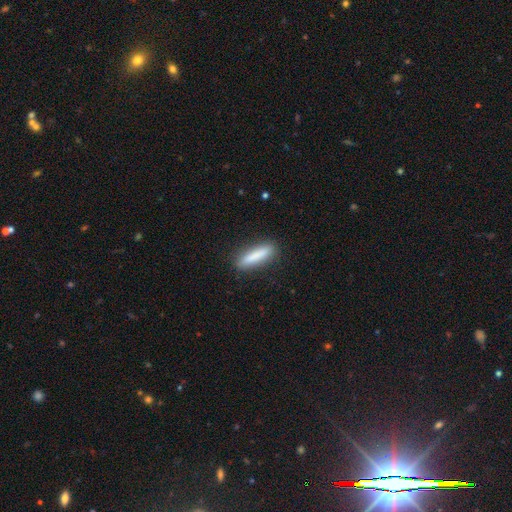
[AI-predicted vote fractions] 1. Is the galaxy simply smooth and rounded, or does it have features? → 82% smooth, 12% featured or disk, 6% star or artifact.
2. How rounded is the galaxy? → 82% cigar-shaped, 17% in between, 2% round.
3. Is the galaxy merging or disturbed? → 89% none, 8% minor disturbance, 2% major disturbance, 1% merger.